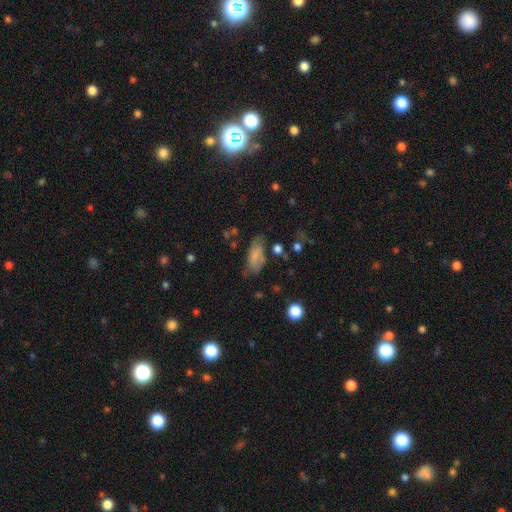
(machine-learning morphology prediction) Smooth or featured?
  - smooth: 72% *
  - featured or disk: 19%
  - star or artifact: 8%
How rounded?
  - in between: 86% *
  - cigar-shaped: 11%
  - round: 3%
Merging?
  - none: 56% *
  - minor disturbance: 28%
  - major disturbance: 12%
  - merger: 4%